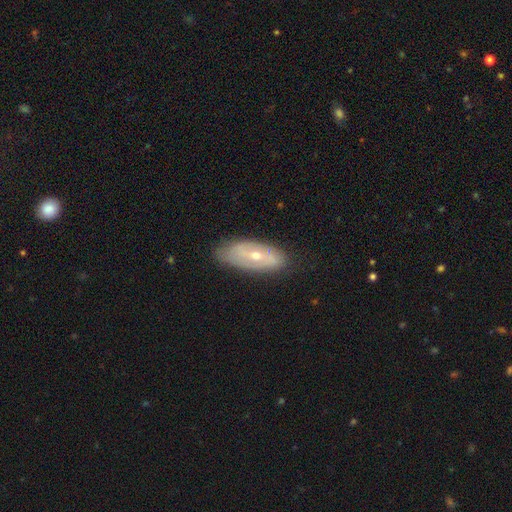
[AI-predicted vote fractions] smooth_or_featured: featured or disk (p=0.59) [alt: smooth p=0.34]
disk_edge_on: no (p=0.82) [alt: yes p=0.18]
merging: none (p=0.78) [alt: minor disturbance p=0.17]